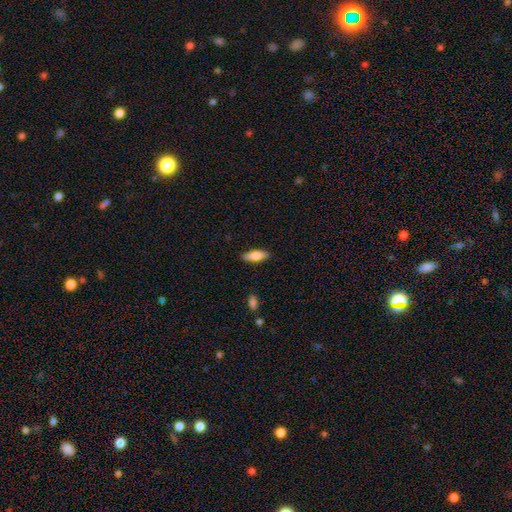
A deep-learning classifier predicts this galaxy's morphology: This appears to be a smooth galaxy with no disk features (69%) that is in between round and cigar-shaped (57%). Merging: none (87%).